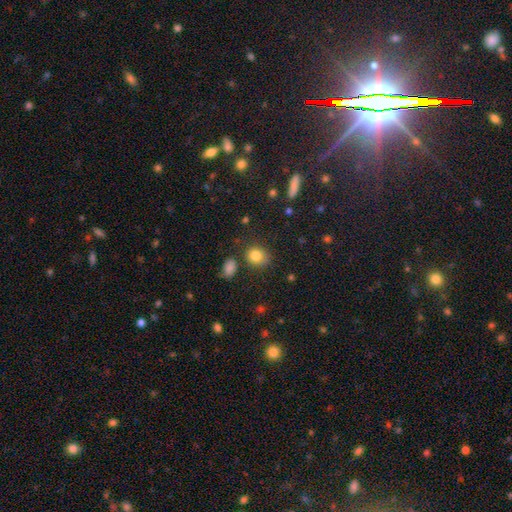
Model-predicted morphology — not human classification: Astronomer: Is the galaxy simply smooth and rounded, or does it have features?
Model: smooth — 82%.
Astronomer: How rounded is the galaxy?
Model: round — 63%.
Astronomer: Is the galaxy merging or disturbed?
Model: none — 72%.